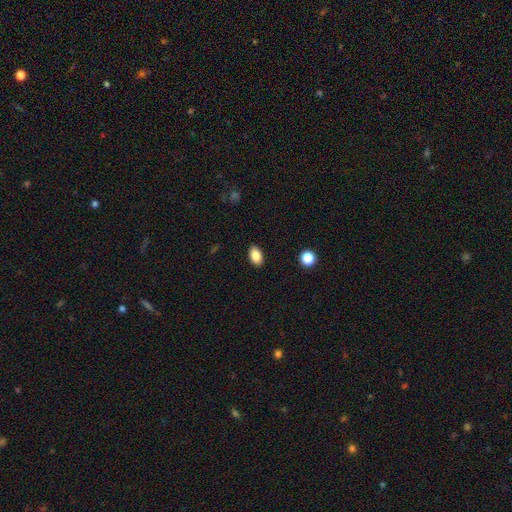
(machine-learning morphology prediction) smooth-or-featured: smooth: 86% | star or artifact: 8% | featured or disk: 6%
  how-rounded: in between: 91% | round: 7% | cigar-shaped: 2%
  merging: none: 89% | minor disturbance: 8% | major disturbance: 2% | merger: 1%